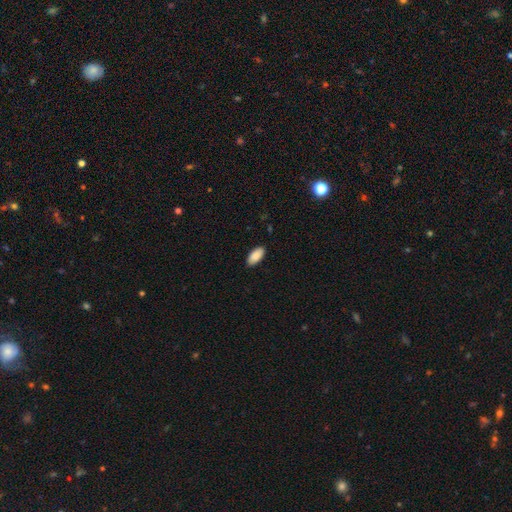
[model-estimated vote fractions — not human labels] Smooth or featured? smooth (89%)
How rounded? in between (93%)
Merging? none (88%)